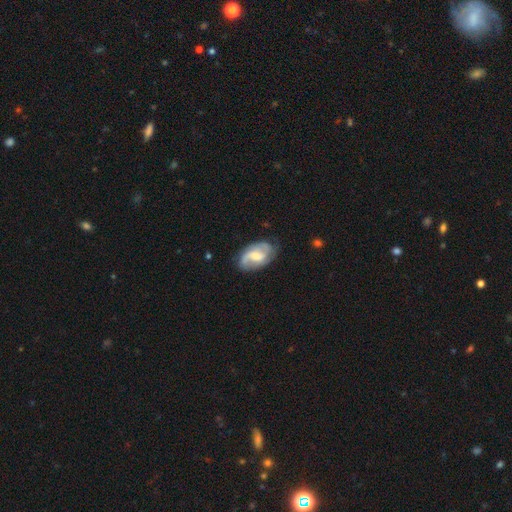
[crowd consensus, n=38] Smooth or featured: featured or disk — 82% (smooth — 16%)
Edge-on disk: no — 97% (yes — 3%)
Bar: weak — 73% (no — 17%)
Spiral arms: yes — 97% (no — 3%)
Spiral winding: medium — 41% (tied with loose — 41%)
Spiral arm count: 2 — 72% (1 — 10%)
Bulge size: moderate — 57% (small — 27%)
Merging: none — 59% (minor disturbance — 27%)